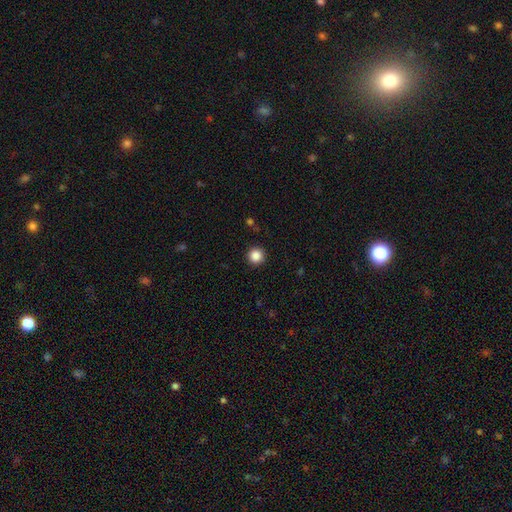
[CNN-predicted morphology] Q: Smooth or featured?
A: smooth (86%); runner-up: star or artifact (11%)
Q: How rounded?
A: round (96%); runner-up: in between (3%)
Q: Merging?
A: none (92%); runner-up: minor disturbance (5%)